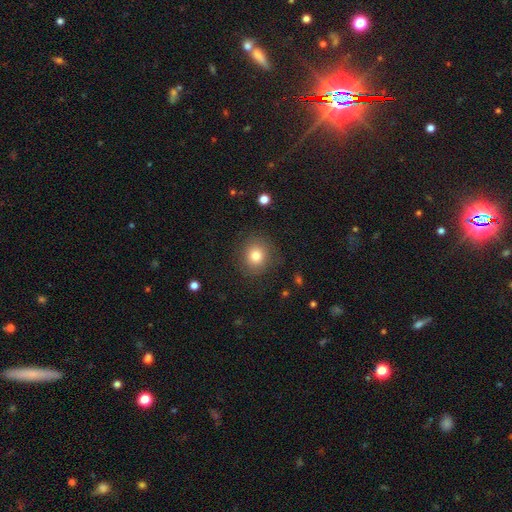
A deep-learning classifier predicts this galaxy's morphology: type=smooth (78%); roundness=round (83%); merging=none (82%).